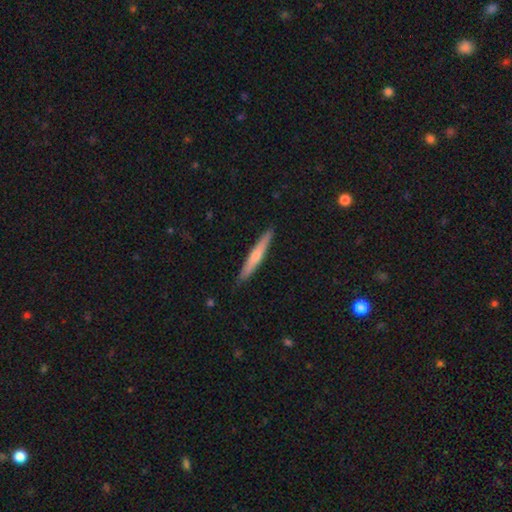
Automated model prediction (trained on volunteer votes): Smooth or featured?
  - smooth: 48% *
  - featured or disk: 47%
  - star or artifact: 5%
Merging?
  - none: 90% *
  - minor disturbance: 7%
  - major disturbance: 1%
  - merger: 1%